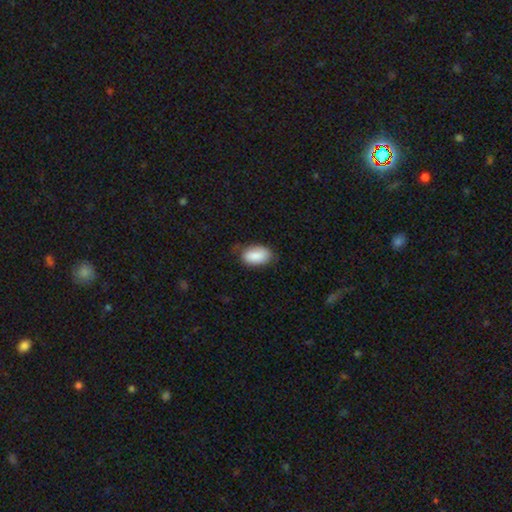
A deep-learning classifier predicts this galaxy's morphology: Q: Smooth or featured?
A: smooth (86%); runner-up: featured or disk (8%)
Q: How rounded?
A: in between (93%); runner-up: round (5%)
Q: Merging?
A: none (67%); runner-up: minor disturbance (26%)